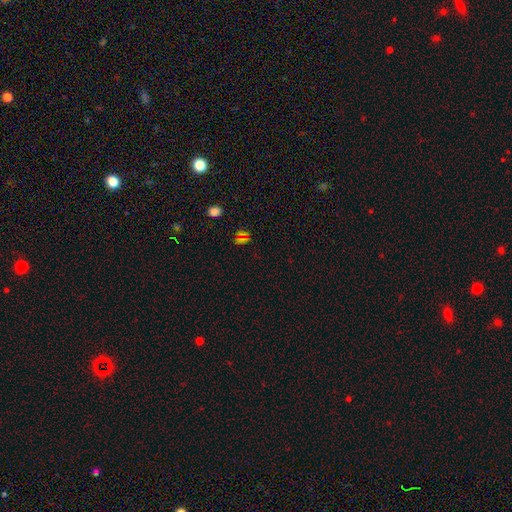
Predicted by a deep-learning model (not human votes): The model was most divided on "smooth or featured": star or artifact: 57%, smooth: 34%, featured or disk: 9%.